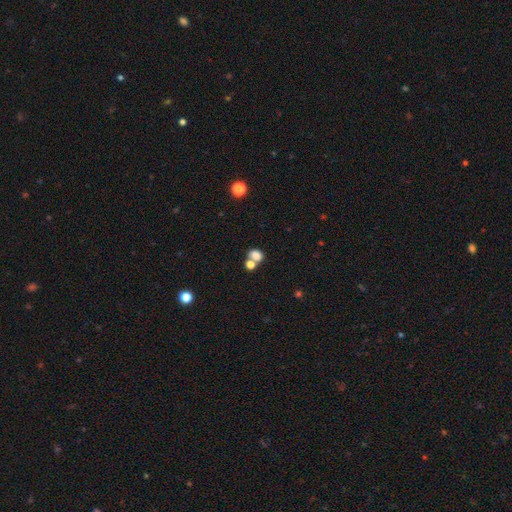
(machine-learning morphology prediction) This is likely a smooth galaxy (78%). How rounded: likely in between (60%). Merging: possibly merger (46%).